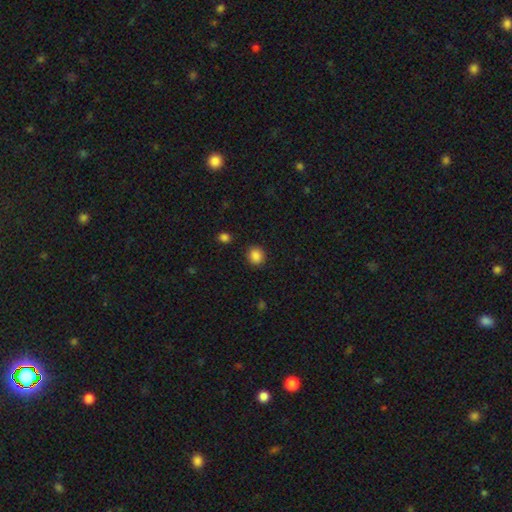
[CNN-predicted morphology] smooth 87%, star or artifact 10%, featured or disk 3%. Down the decision tree: how rounded — round (80%); merging — none (89%).